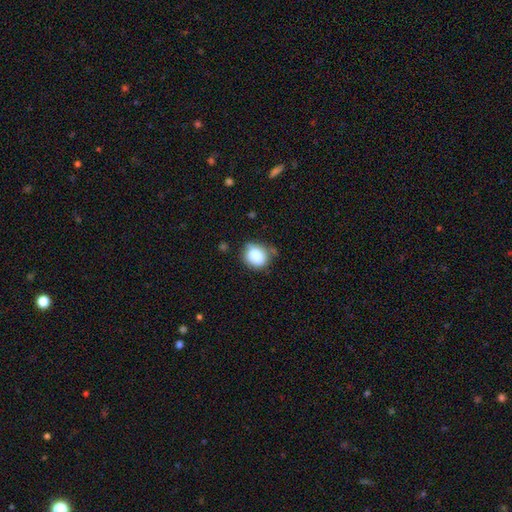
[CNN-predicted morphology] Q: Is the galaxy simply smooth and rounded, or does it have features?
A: smooth — 81%.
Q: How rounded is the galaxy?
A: round — 65%.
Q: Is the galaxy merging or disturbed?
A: none — 69%.